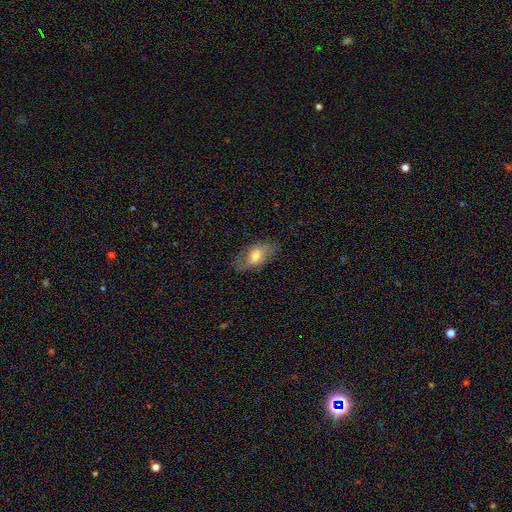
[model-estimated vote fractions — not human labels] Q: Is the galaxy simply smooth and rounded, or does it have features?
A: smooth — 60%.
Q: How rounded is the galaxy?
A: in between — 89%.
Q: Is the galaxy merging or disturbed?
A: none — 74%.